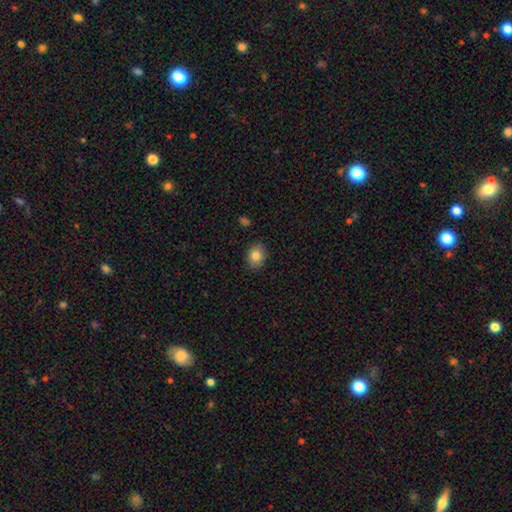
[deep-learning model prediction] smooth-or-featured: smooth: 83% | featured or disk: 9% | star or artifact: 9%
  how-rounded: in between: 58% | round: 41% | cigar-shaped: 1%
  merging: none: 87% | minor disturbance: 10% | major disturbance: 2% | merger: 1%